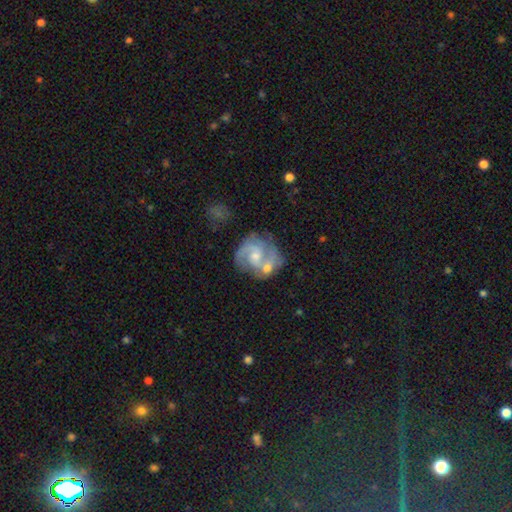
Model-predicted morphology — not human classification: This appears to be a featured or disk galaxy (83%) with no bar (46%), 2 (78%) medium (53%) spiral arms (94%) and a moderate central bulge (47%). Merging: none (45%).